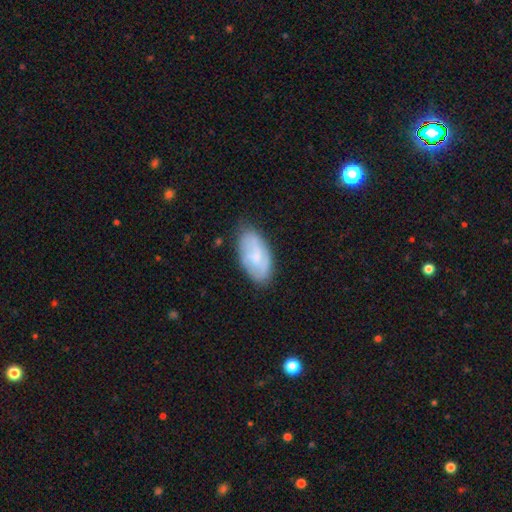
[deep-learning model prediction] A smooth galaxy with no disk features (52%) that is in between round and cigar-shaped (93%). Merging: none (73%).